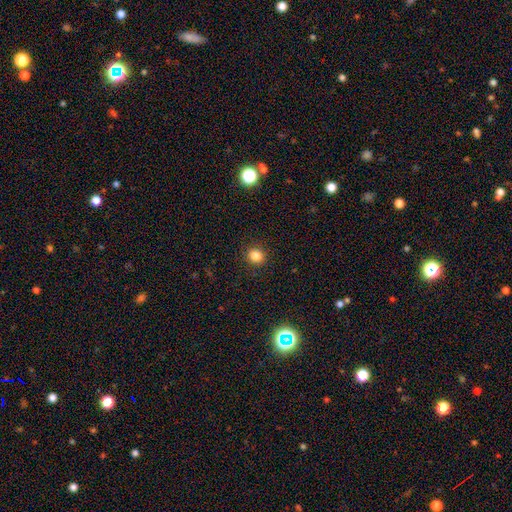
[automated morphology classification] This is clearly a smooth galaxy (84%). How rounded: clearly round (85%). Merging: clearly none (90%).